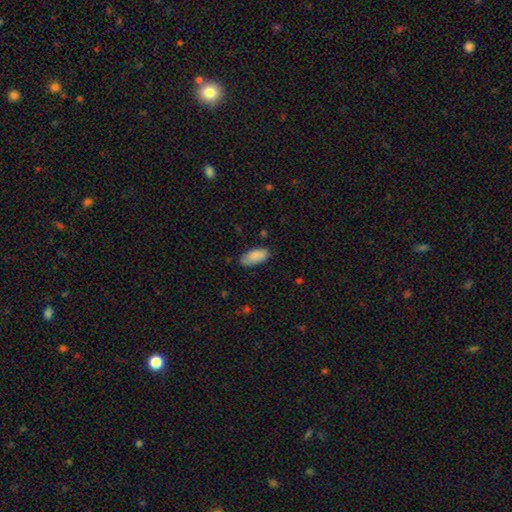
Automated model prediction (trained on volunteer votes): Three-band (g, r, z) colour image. It shows a smooth galaxy with no disk features (88%) that is in between round and cigar-shaped (91%). Merging: none (80%).